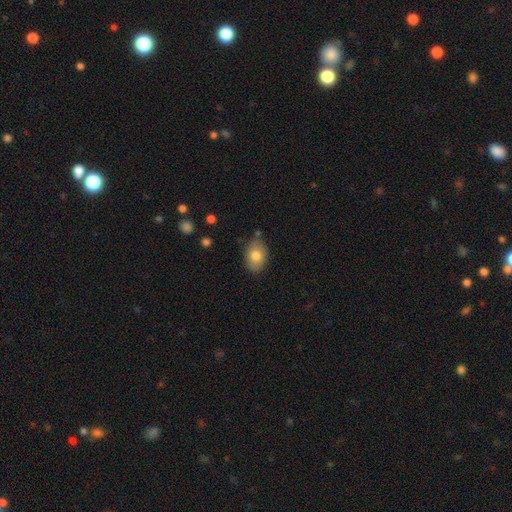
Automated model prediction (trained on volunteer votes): This is clearly a smooth galaxy (80%). How rounded: clearly in between (82%). Merging: likely none (77%).